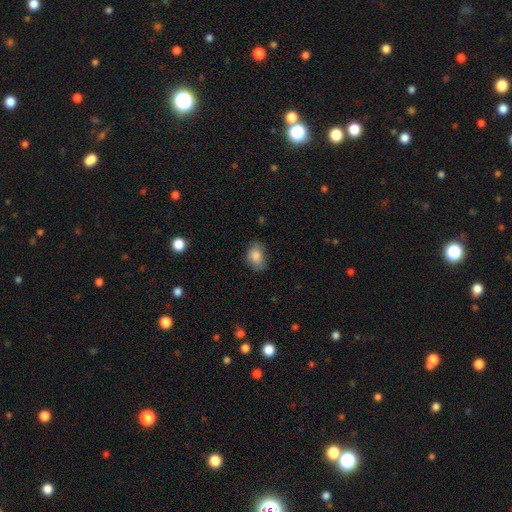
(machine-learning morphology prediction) This is clearly a smooth galaxy (85%). How rounded: likely in between (77%). Merging: likely none (75%).